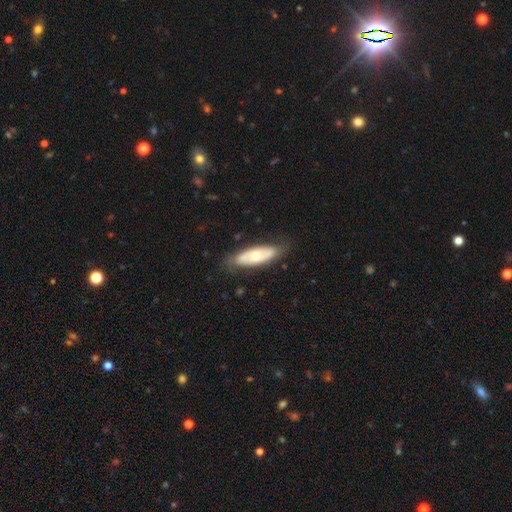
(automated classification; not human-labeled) Morphology: type=featured or disk (49%); merging=none (79%).